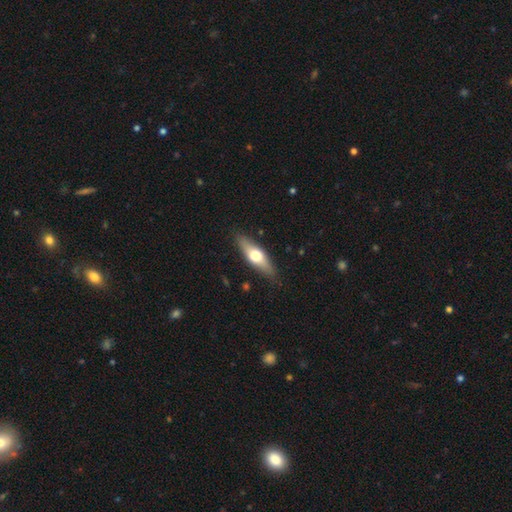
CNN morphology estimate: Q: Smooth or featured?
A: smooth (52%); runner-up: featured or disk (42%)
Q: How rounded?
A: cigar-shaped (50%); runner-up: in between (47%)
Q: Merging?
A: none (86%); runner-up: minor disturbance (11%)